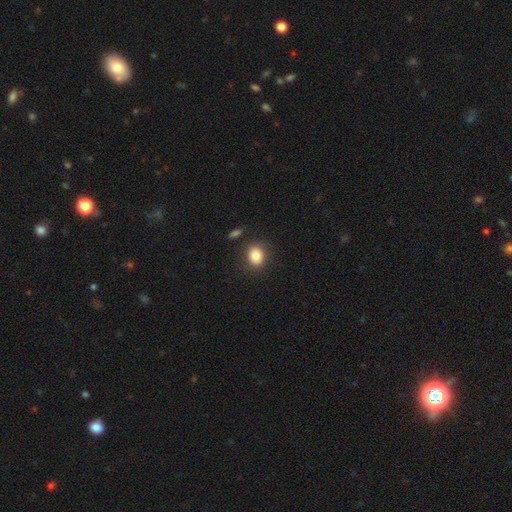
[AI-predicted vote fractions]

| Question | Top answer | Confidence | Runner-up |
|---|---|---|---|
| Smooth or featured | smooth | 84% | star or artifact (9%) |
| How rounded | round | 52% | in between (47%) |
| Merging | none | 84% | minor disturbance (10%) |